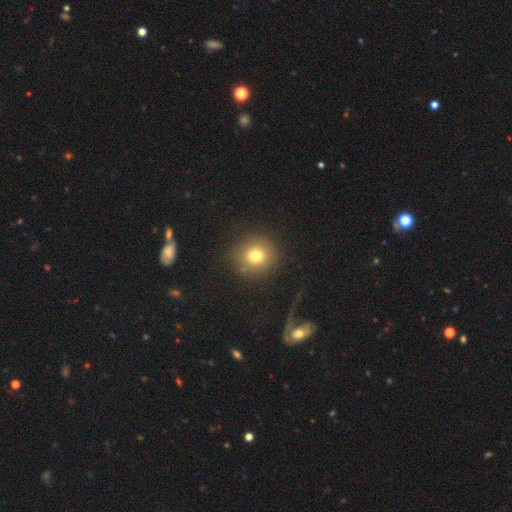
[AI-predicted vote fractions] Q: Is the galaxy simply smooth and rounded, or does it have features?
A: smooth — 76%.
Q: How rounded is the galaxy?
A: round — 91%.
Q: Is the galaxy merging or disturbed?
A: none — 85%.